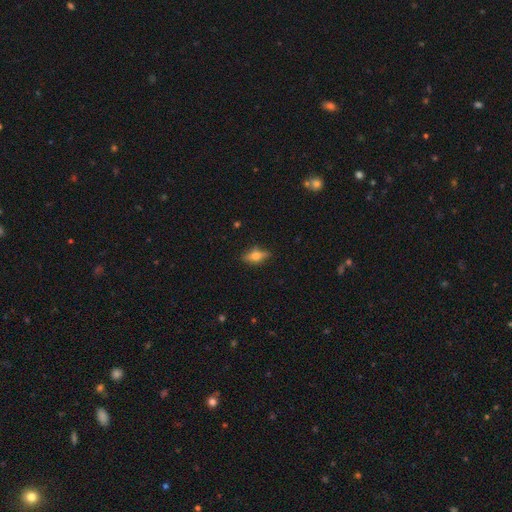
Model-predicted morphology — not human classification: type=featured or disk (46%); merging=none (80%).